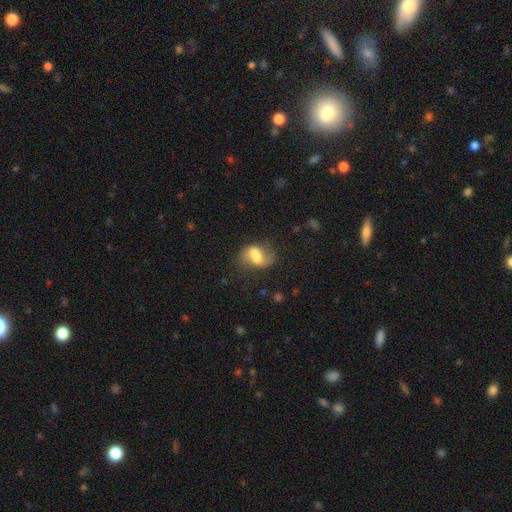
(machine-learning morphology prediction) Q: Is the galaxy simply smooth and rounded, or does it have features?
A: smooth — 46%.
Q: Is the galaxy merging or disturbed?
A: merger — 39%.